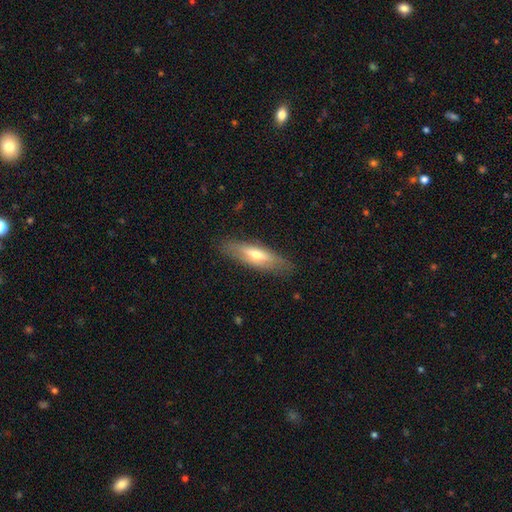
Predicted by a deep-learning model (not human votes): Smooth or featured? smooth (49%)
Merging? none (83%)